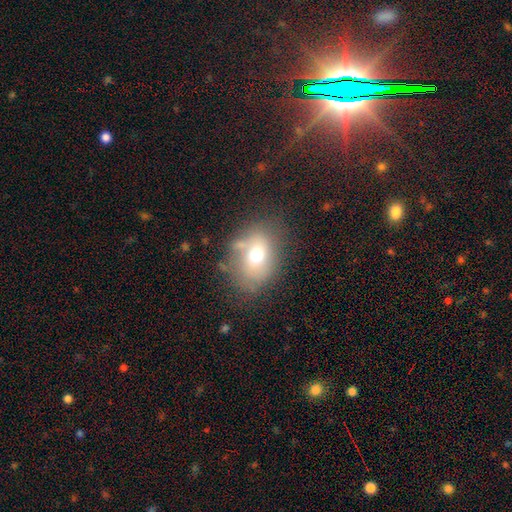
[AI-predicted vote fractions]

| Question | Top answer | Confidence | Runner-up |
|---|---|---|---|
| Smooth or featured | smooth | 65% | featured or disk (23%) |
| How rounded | in between | 69% | round (30%) |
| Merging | none | 61% | minor disturbance (23%) |